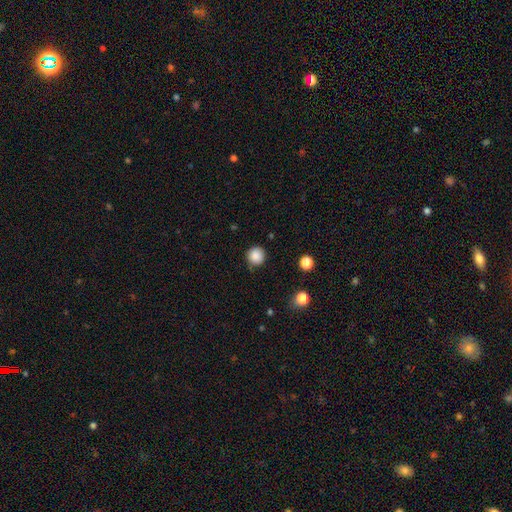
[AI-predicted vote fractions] Smooth or featured: smooth — 87% (star or artifact — 10%)
How rounded: round — 93% (in between — 6%)
Merging: none — 84% (minor disturbance — 12%)